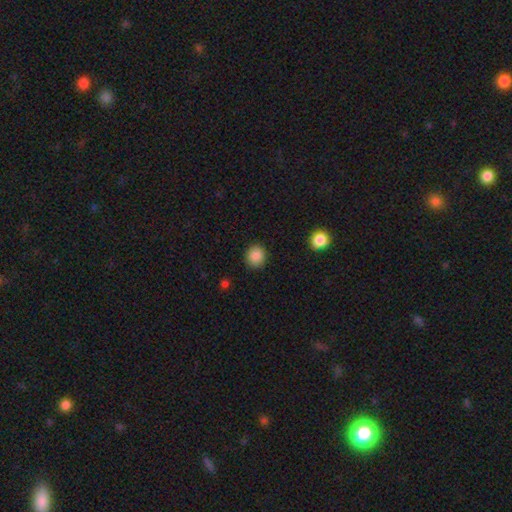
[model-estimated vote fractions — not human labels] Morphology: type=smooth (86%); roundness=round (87%); merging=none (91%).